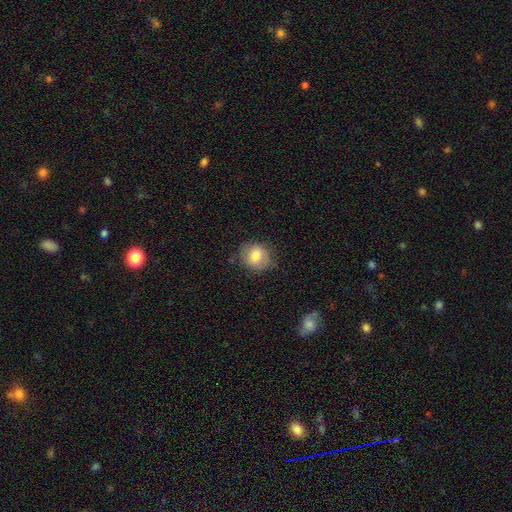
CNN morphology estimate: smooth 75%, featured or disk 17%, star or artifact 8%. Down the decision tree: how rounded — round (81%); merging — none (78%).